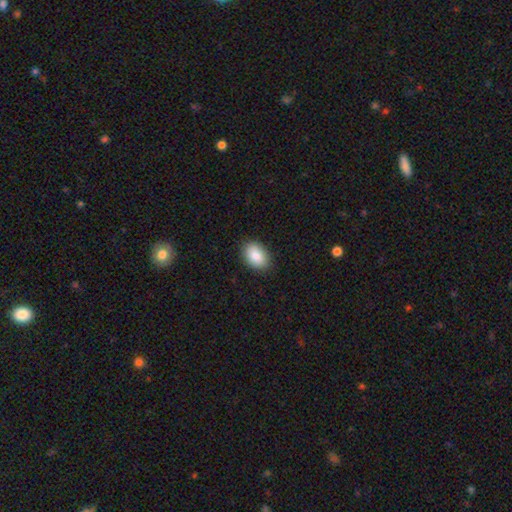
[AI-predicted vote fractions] Smooth or featured? smooth (87%)
How rounded? in between (86%)
Merging? none (87%)